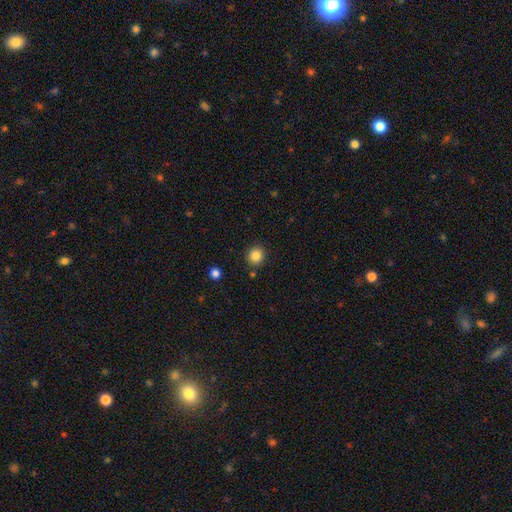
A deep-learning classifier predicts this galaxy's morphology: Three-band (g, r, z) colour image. It shows a smooth galaxy with no disk features (86%) that is round (88%). Merging: none (88%).